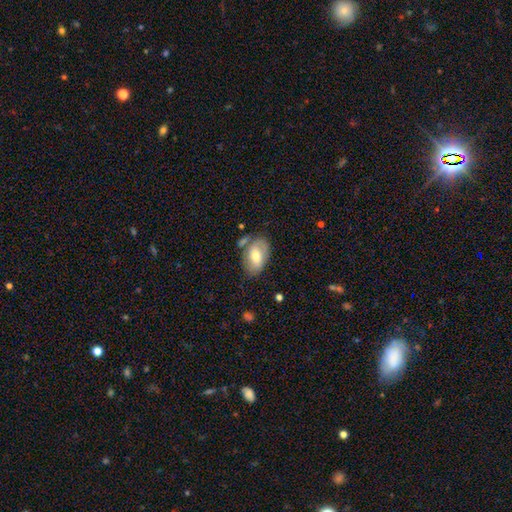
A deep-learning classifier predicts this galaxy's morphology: A smooth galaxy with no disk features (60%) that is in between round and cigar-shaped (90%).

Vote fractions:
- Smooth or featured? smooth: 60% / featured or disk: 33% / star or artifact: 7%
- How rounded? in between: 90% / round: 8% / cigar-shaped: 2%
- Merging? none: 59% / minor disturbance: 22% / merger: 12% / major disturbance: 7%